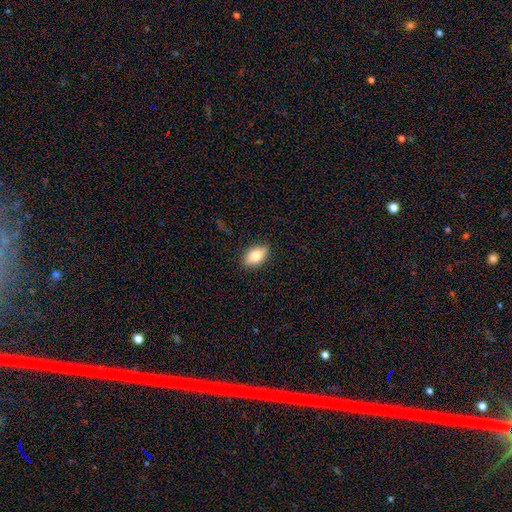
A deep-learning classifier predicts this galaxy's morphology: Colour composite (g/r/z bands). It shows a smooth galaxy with no disk features (73%) that is in between round and cigar-shaped (86%). Merging: none (85%).